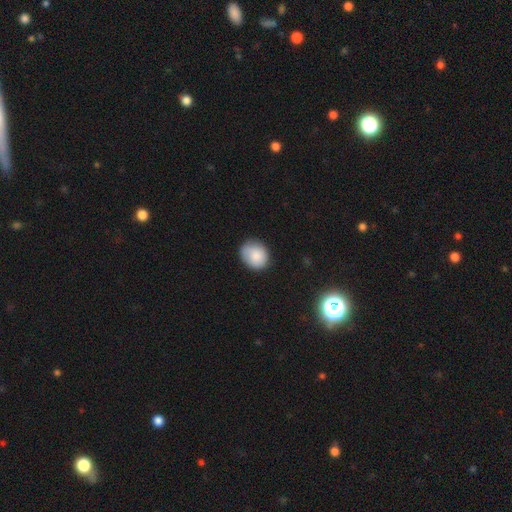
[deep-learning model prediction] A smooth galaxy with no disk features (83%) that is round (64%).

Vote fractions:
- Smooth or featured? smooth: 83% / featured or disk: 9% / star or artifact: 8%
- How rounded? round: 64% / in between: 36% / cigar-shaped: 1%
- Merging? none: 77% / minor disturbance: 18% / major disturbance: 3% / merger: 1%